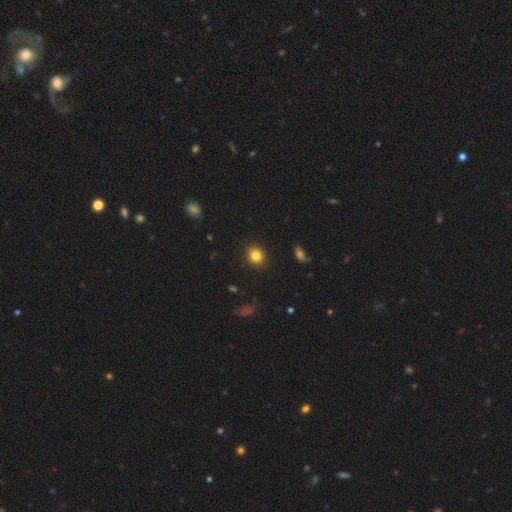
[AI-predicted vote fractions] Smooth or featured? smooth (83%)
How rounded? round (73%)
Merging? none (89%)